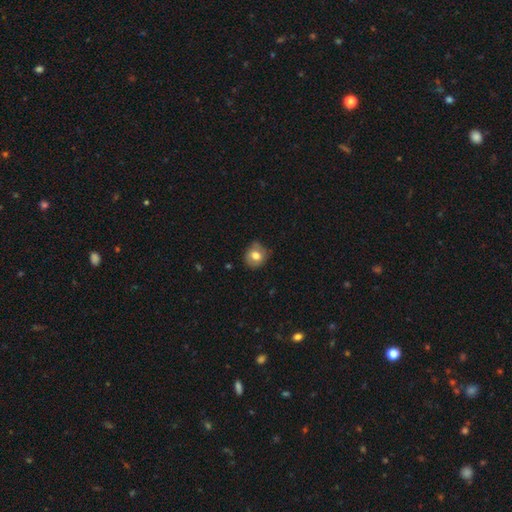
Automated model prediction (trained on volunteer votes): A smooth galaxy with no disk features (73%) that is round (72%).

Vote fractions:
- Smooth or featured? smooth: 73% / featured or disk: 18% / star or artifact: 9%
- How rounded? round: 72% / in between: 27% / cigar-shaped: 1%
- Merging? none: 69% / minor disturbance: 24% / major disturbance: 5% / merger: 2%